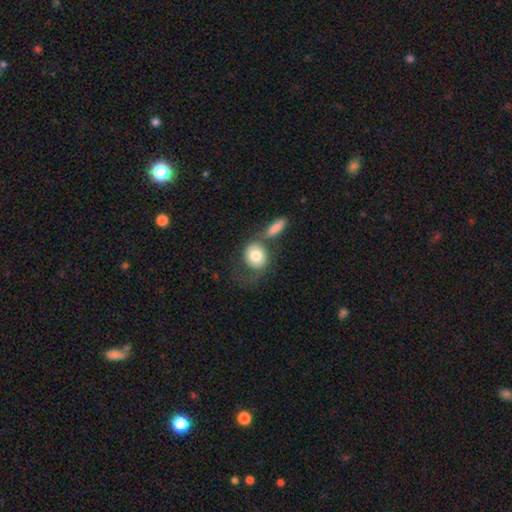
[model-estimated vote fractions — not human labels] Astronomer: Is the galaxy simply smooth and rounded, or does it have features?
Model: smooth — 75%.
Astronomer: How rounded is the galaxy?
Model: round — 64%.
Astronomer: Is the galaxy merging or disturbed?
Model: none — 40% (runner-up: merger, 32%).